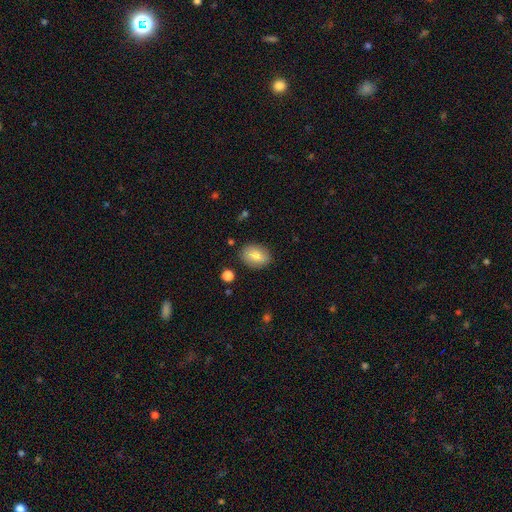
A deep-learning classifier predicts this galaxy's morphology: The model was most divided on "how rounded": in between: 79%, round: 19%, cigar-shaped: 1%. More confident: merging — none (85%); smooth or featured — smooth (80%).